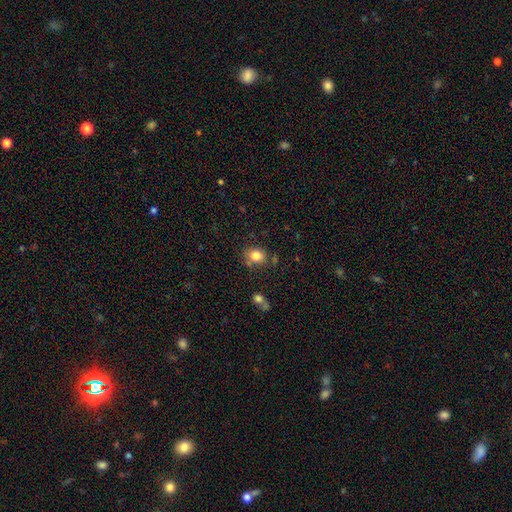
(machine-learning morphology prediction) Smooth or featured? smooth (82%)
How rounded? round (54%)
Merging? none (70%)